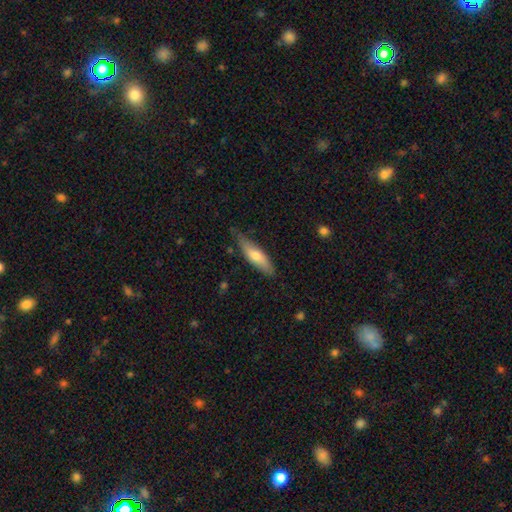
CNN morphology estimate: smooth-or-featured: smooth: 63% | featured or disk: 31% | star or artifact: 6%
  how-rounded: cigar-shaped: 61% | in between: 37% | round: 2%
  merging: none: 70% | minor disturbance: 24% | major disturbance: 4% | merger: 2%